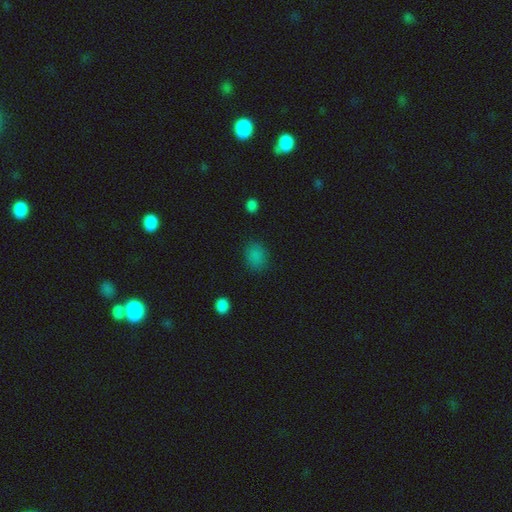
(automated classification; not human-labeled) The model was most divided on "how rounded": in between: 50%, round: 49%, cigar-shaped: 1%. More confident: merging — none (83%); smooth or featured — smooth (82%).